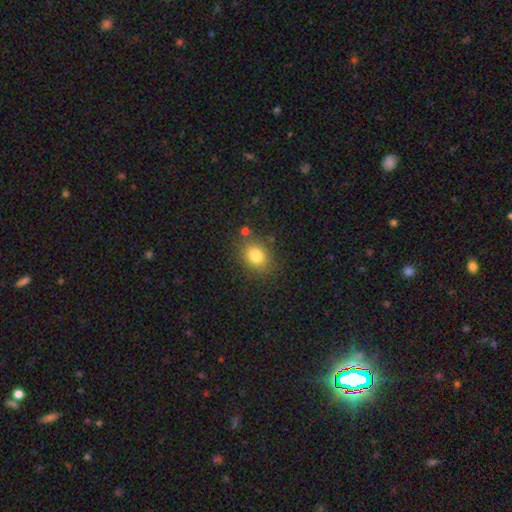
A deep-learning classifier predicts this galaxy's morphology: smooth 81%, star or artifact 11%, featured or disk 8%. Down the decision tree: how rounded — in between (51%); merging — none (80%).